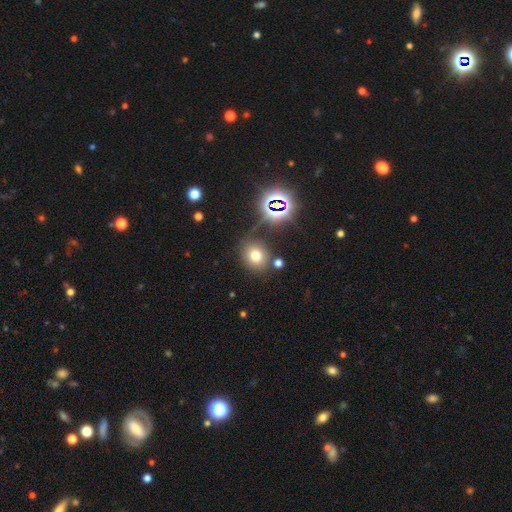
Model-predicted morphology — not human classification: This appears to be a smooth galaxy with no disk features (67%) that is round (75%). Merging: none (79%).